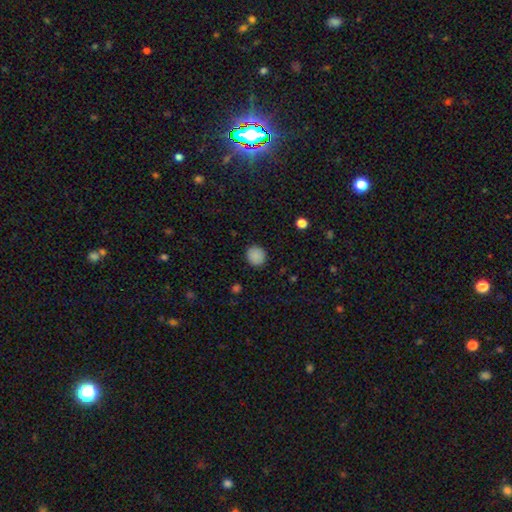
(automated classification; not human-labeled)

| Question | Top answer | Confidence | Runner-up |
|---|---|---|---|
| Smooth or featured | smooth | 87% | star or artifact (9%) |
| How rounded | round | 87% | in between (12%) |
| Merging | none | 89% | minor disturbance (7%) |